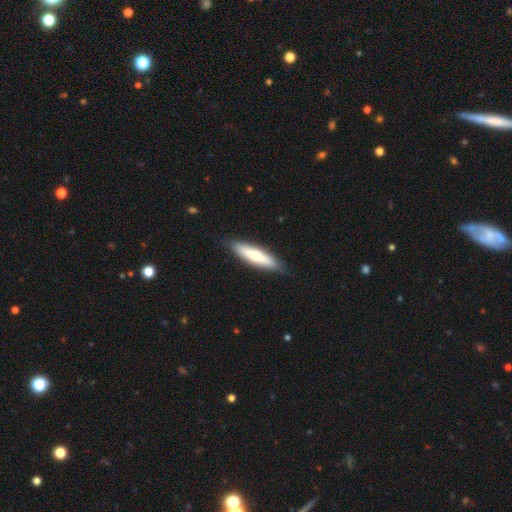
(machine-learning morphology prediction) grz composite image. It shows a smooth galaxy with no disk features (58%) that is cigar-shaped (72%). Merging: none (87%).